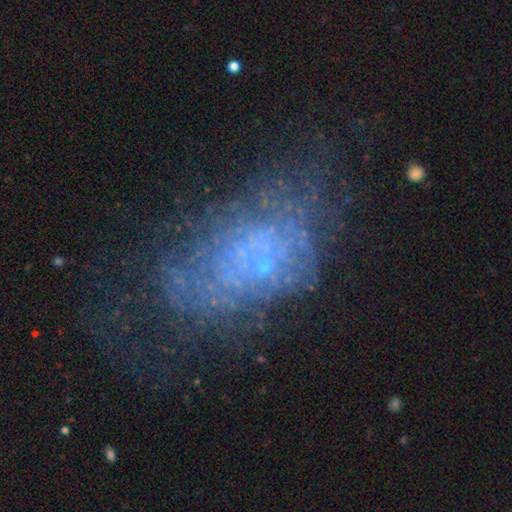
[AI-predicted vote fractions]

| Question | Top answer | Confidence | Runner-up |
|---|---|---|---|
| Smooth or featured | featured or disk | 61% | smooth (23%) |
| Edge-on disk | no | 96% | yes (4%) |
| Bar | no | 89% | weak (9%) |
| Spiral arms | no | 70% | yes (30%) |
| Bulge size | small | 46% | none (44%) |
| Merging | none | 48% | major disturbance (27%) |